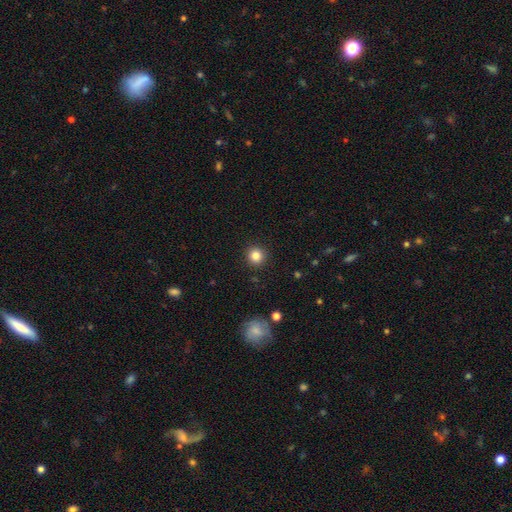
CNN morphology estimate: smooth_or_featured: smooth (p=0.84) [alt: star or artifact p=0.11]
how_rounded: round (p=0.94) [alt: in between p=0.05]
merging: none (p=0.92) [alt: minor disturbance p=0.05]